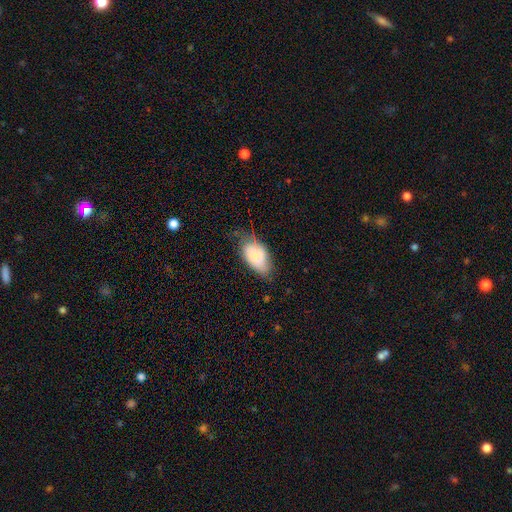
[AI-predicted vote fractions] Morphology: type=smooth (77%); roundness=in between (94%); merging=none (48%).